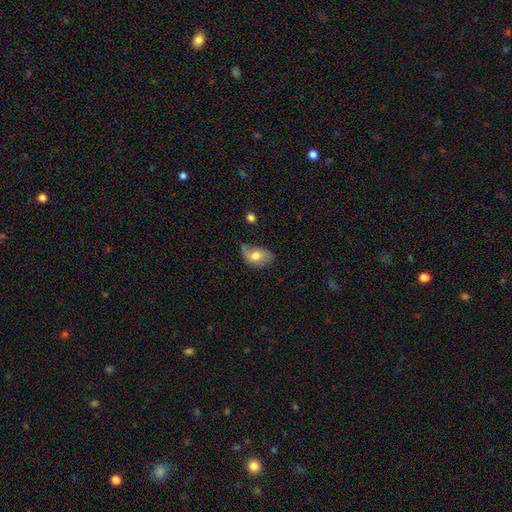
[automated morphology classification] Q: Smooth or featured?
A: smooth (59%); runner-up: featured or disk (33%)
Q: How rounded?
A: in between (85%); runner-up: round (13%)
Q: Merging?
A: none (50%); runner-up: minor disturbance (35%)